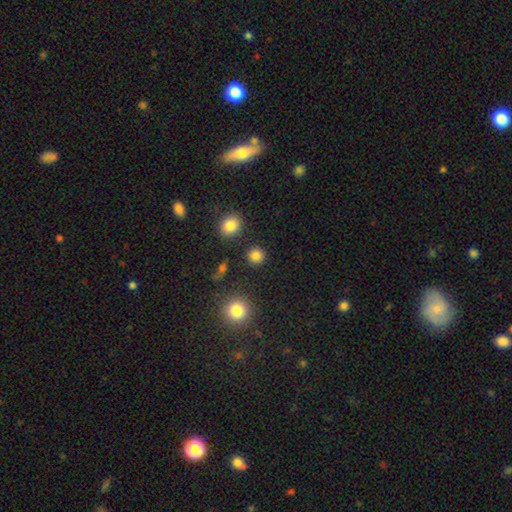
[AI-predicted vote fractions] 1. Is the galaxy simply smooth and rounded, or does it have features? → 84% smooth, 12% star or artifact, 4% featured or disk.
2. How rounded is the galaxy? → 93% round, 6% in between, 1% cigar-shaped.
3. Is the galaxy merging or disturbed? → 90% none, 5% minor disturbance, 2% merger, 2% major disturbance.